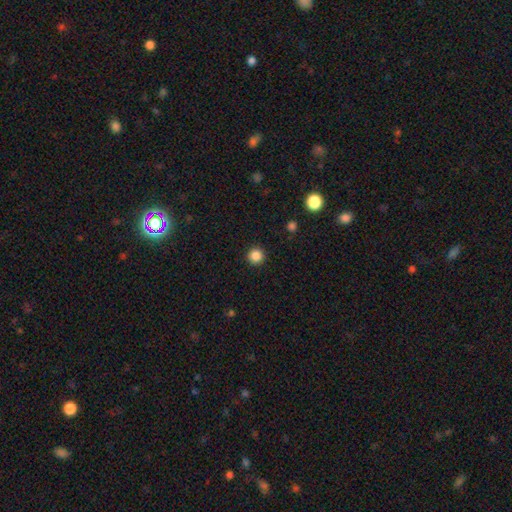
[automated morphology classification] Smooth or featured?
  - smooth: 86% *
  - star or artifact: 11%
  - featured or disk: 3%
How rounded?
  - round: 96% *
  - in between: 3%
  - cigar-shaped: 1%
Merging?
  - none: 93% *
  - minor disturbance: 4%
  - major disturbance: 2%
  - merger: 1%